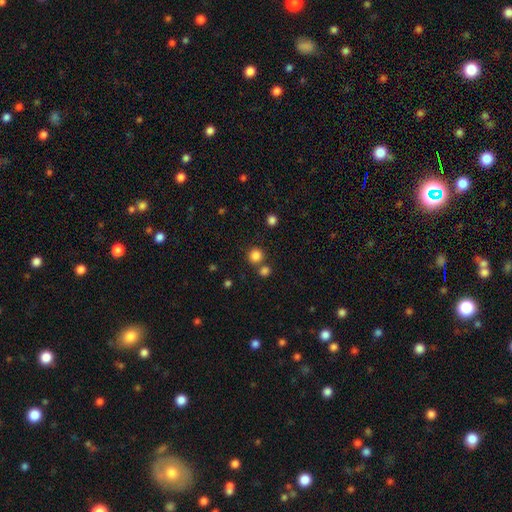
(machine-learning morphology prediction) Smooth or featured? smooth (83%)
How rounded? round (91%)
Merging? none (73%)